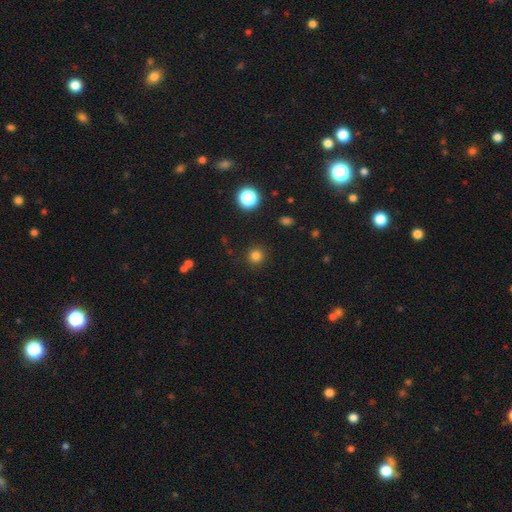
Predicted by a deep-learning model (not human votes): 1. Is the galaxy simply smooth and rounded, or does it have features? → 81% smooth, 15% star or artifact, 4% featured or disk.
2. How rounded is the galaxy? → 94% round, 5% in between, 1% cigar-shaped.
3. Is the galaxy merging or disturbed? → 91% none, 5% minor disturbance, 2% major disturbance, 1% merger.